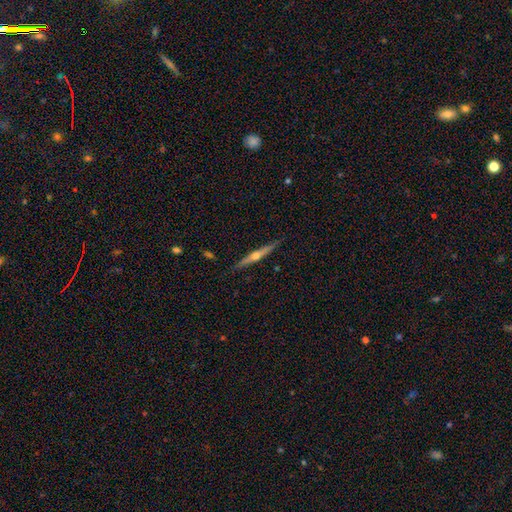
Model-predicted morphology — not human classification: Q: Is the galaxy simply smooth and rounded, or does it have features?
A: featured or disk — 76%.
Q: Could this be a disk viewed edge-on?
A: yes — 98%.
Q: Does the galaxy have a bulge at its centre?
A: rounded — 93%.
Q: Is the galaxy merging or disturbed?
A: none — 90%.